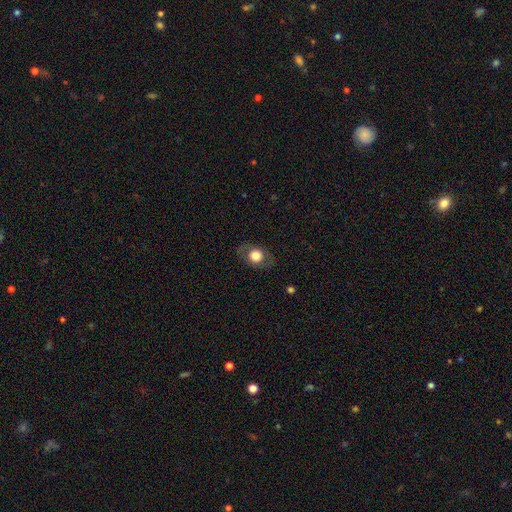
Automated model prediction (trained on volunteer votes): smooth 62%, featured or disk 30%, star or artifact 8%. Down the decision tree: how rounded — round (52%); merging — none (78%).